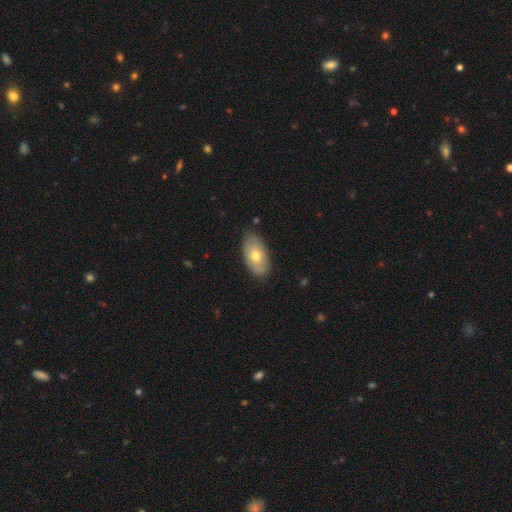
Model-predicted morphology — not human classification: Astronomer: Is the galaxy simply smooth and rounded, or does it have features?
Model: smooth — 68%.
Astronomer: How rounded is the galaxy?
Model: in between — 93%.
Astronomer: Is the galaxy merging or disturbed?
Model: none — 78%.